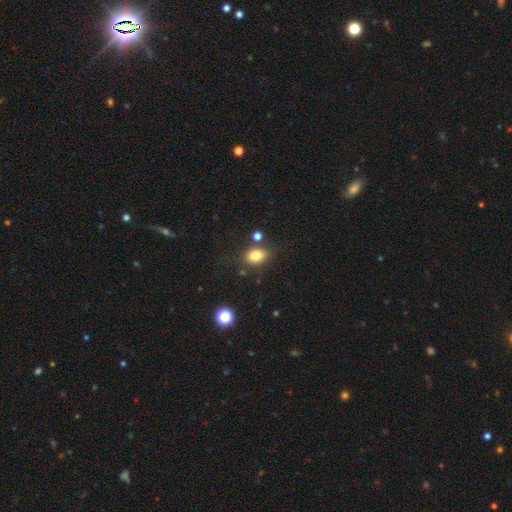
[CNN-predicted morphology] This appears to be a smooth galaxy with no disk features (80%) that is in between round and cigar-shaped (70%). Merging: none (78%).